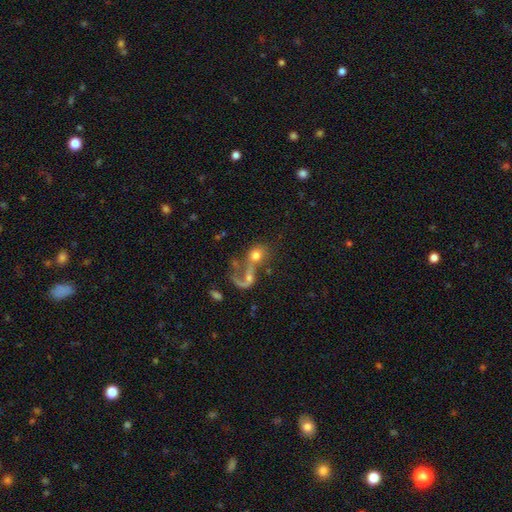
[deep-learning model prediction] Q: Smooth or featured?
A: smooth (55%); runner-up: featured or disk (34%)
Q: How rounded?
A: round (66%); runner-up: in between (32%)
Q: Merging?
A: merger (56%); runner-up: none (20%)